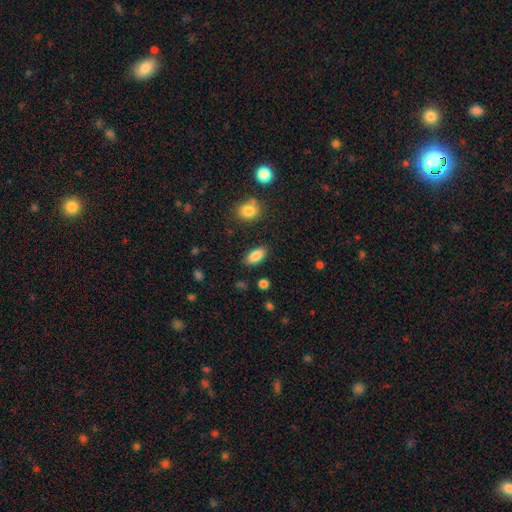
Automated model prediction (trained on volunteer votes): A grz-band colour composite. It shows a smooth galaxy with no disk features (86%) that is in between round and cigar-shaped (89%). Merging: none (86%).